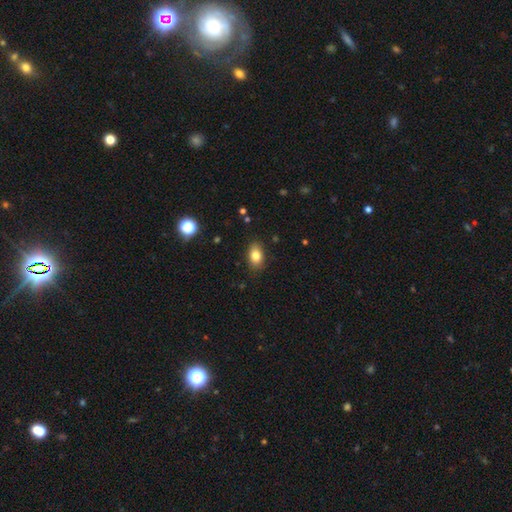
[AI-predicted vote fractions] Smooth or featured: smooth — 82% (star or artifact — 9%)
How rounded: in between — 85% (round — 13%)
Merging: none — 84% (minor disturbance — 12%)